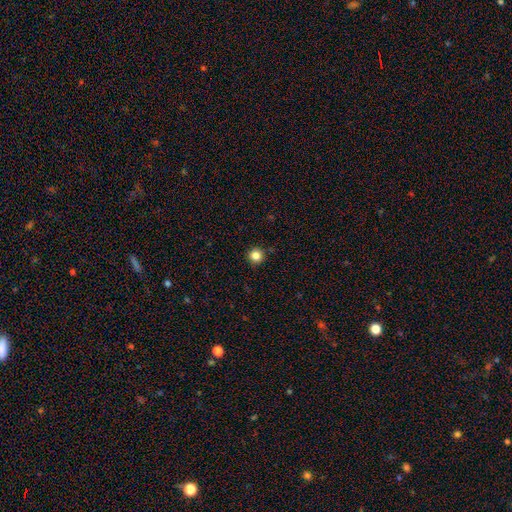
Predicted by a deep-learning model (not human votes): Smooth or featured? smooth (84%)
How rounded? round (95%)
Merging? none (92%)